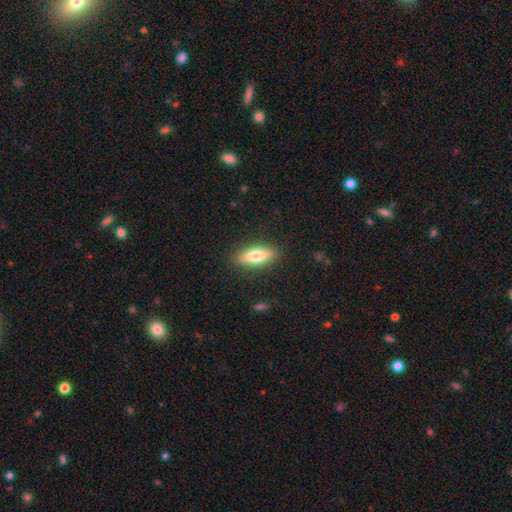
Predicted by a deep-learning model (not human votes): smooth_or_featured: smooth (p=0.73) [alt: featured or disk p=0.21]
how_rounded: in between (p=0.61) [alt: cigar-shaped p=0.36]
merging: none (p=0.87) [alt: minor disturbance p=0.10]